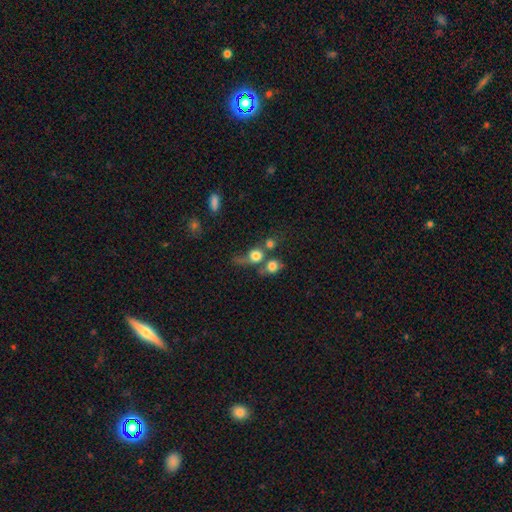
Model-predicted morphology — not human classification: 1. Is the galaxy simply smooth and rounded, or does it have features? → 74% smooth, 13% featured or disk, 13% star or artifact.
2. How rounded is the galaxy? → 81% round, 17% in between, 2% cigar-shaped.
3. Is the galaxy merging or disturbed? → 41% merger, 35% none, 13% major disturbance, 12% minor disturbance.